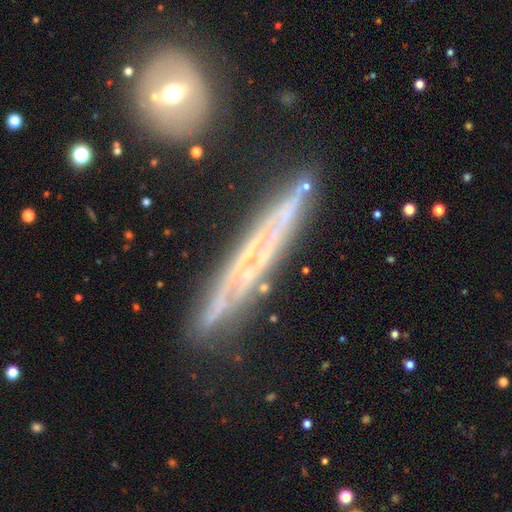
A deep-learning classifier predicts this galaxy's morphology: Q: Smooth or featured?
A: featured or disk (73%); runner-up: smooth (18%)
Q: Edge-on disk?
A: yes (78%); runner-up: no (22%)
Q: Edge-on bulge?
A: none (77%); runner-up: rounded (18%)
Q: Merging?
A: none (77%); runner-up: minor disturbance (16%)